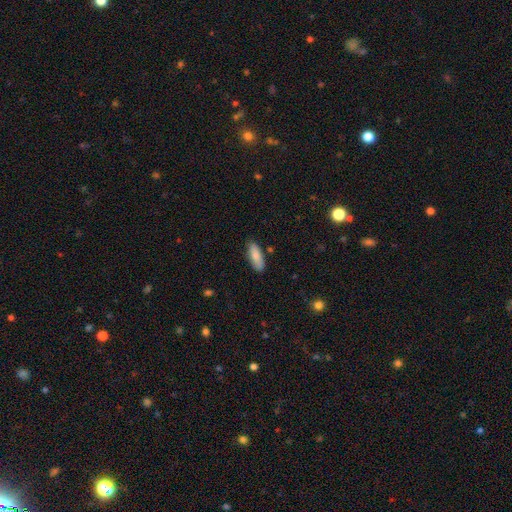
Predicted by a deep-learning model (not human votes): smooth-or-featured: smooth: 84% | featured or disk: 10% | star or artifact: 6%
  how-rounded: in between: 71% | cigar-shaped: 27% | round: 2%
  merging: none: 84% | minor disturbance: 12% | major disturbance: 2% | merger: 2%